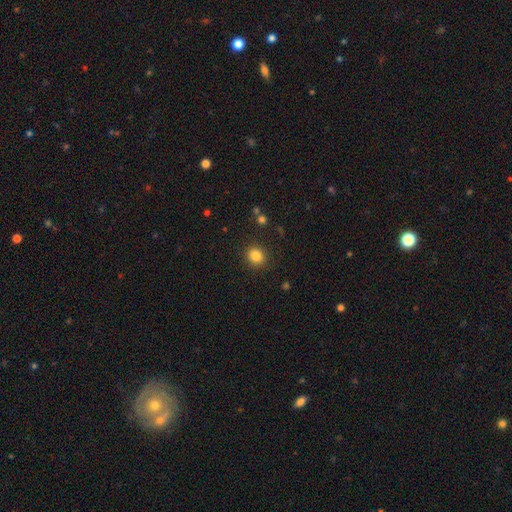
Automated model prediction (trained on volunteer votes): A smooth galaxy with no disk features (84%) that is round (81%).

Vote fractions:
- Smooth or featured? smooth: 84% / star or artifact: 11% / featured or disk: 5%
- How rounded? round: 81% / in between: 18% / cigar-shaped: 1%
- Merging? none: 90% / minor disturbance: 7% / major disturbance: 2% / merger: 1%